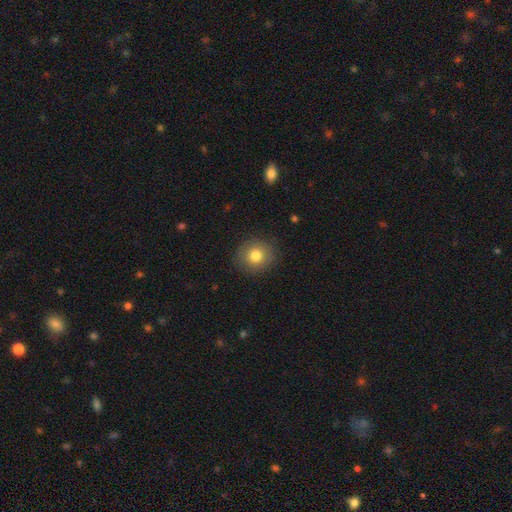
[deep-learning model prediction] This is clearly a smooth galaxy (81%). How rounded: clearly round (88%). Merging: clearly none (89%).